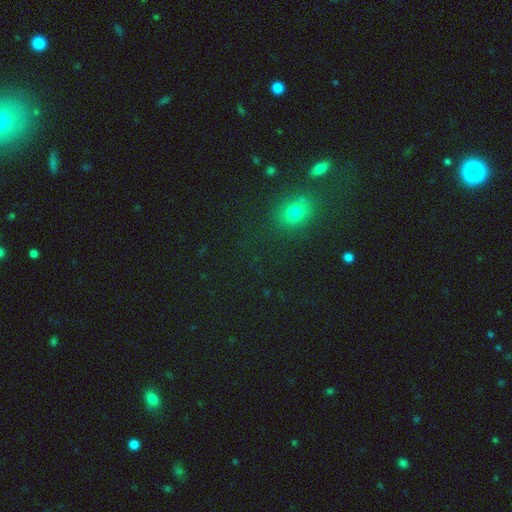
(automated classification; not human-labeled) Smooth or featured? Predicted: smooth (p=0.50). Merging? Predicted: none (p=0.79).